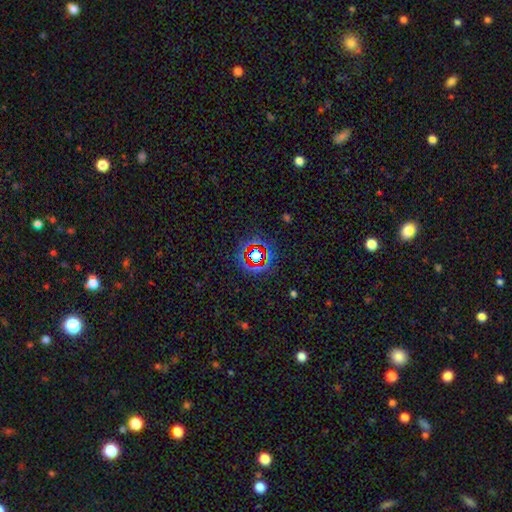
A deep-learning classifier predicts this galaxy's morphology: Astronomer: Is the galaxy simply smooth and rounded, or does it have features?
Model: star or artifact — 71%.